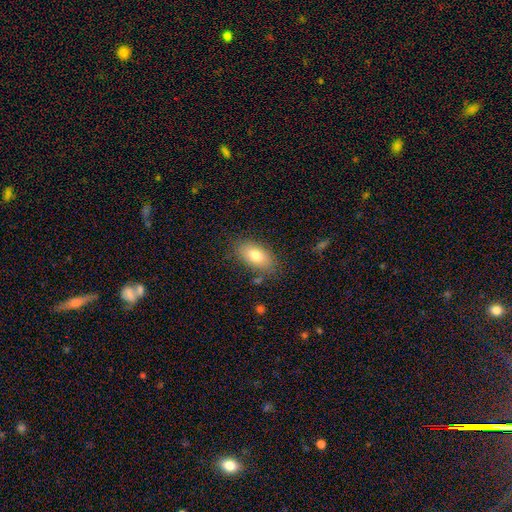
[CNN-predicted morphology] Overall: smooth (76%). How rounded: in between (90%). Merging: none (81%).